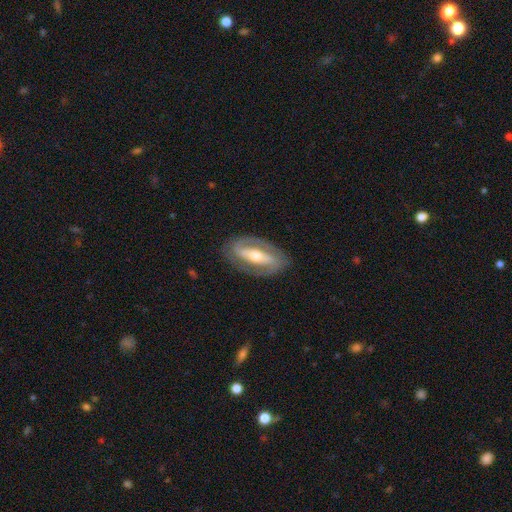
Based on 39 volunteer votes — Morphology: type=featured or disk (85%); edge-on=no (94%); bar=strong (42%, tied with weak); spiral arms=yes (94%); winding=medium (48%); arm count=2 (86%); bulge=moderate (74%); merging=none (92%).